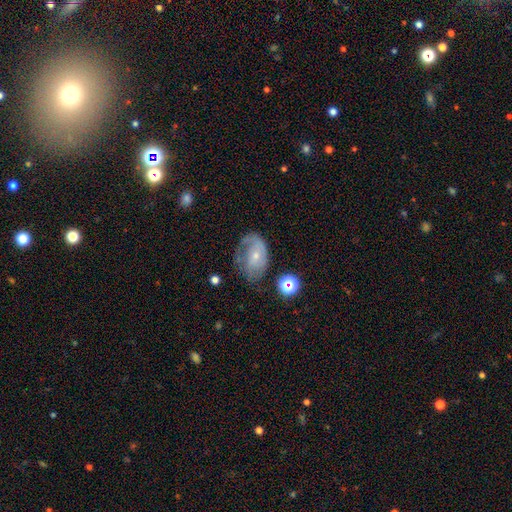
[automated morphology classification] The model was most divided on "merging": none: 43%, minor disturbance: 29%, major disturbance: 26%, merger: 3%. More confident: edge-on disk — no (96%); spiral arms — yes (73%); bar — no (71%); bulge size — small (68%); smooth or featured — featured or disk (57%).